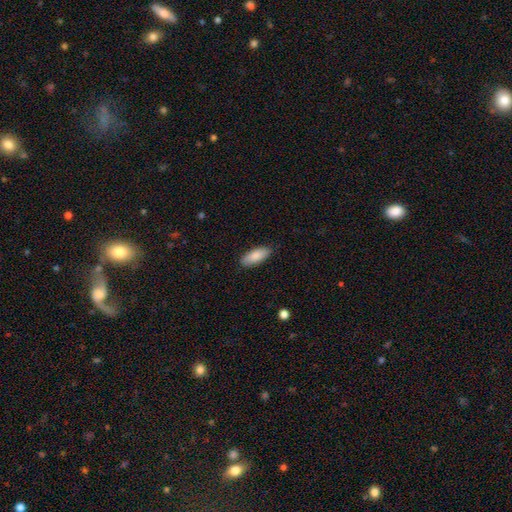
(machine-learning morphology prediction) Q: Smooth or featured?
A: smooth (86%); runner-up: featured or disk (8%)
Q: How rounded?
A: in between (79%); runner-up: cigar-shaped (20%)
Q: Merging?
A: none (87%); runner-up: minor disturbance (10%)